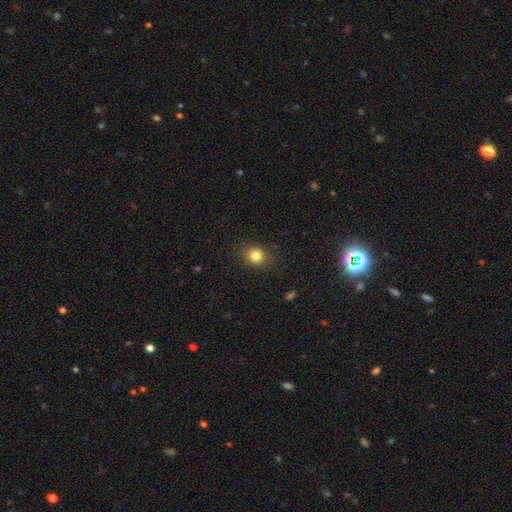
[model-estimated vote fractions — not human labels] The model was most divided on "how rounded": round: 71%, in between: 28%, cigar-shaped: 1%. More confident: merging — none (86%); smooth or featured — smooth (83%).